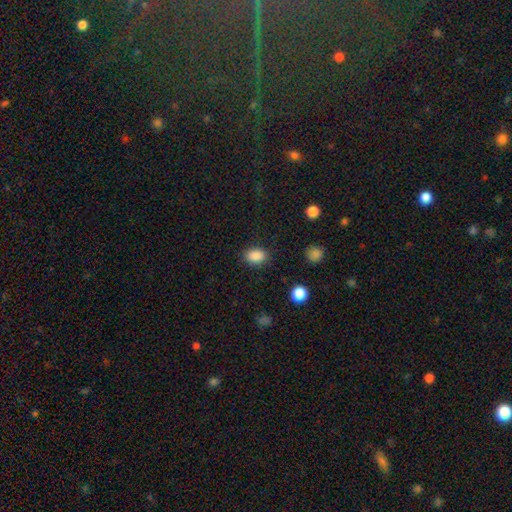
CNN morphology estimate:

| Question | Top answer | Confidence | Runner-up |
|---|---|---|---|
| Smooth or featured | smooth | 87% | star or artifact (9%) |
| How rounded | in between | 77% | round (22%) |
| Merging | none | 86% | minor disturbance (10%) |